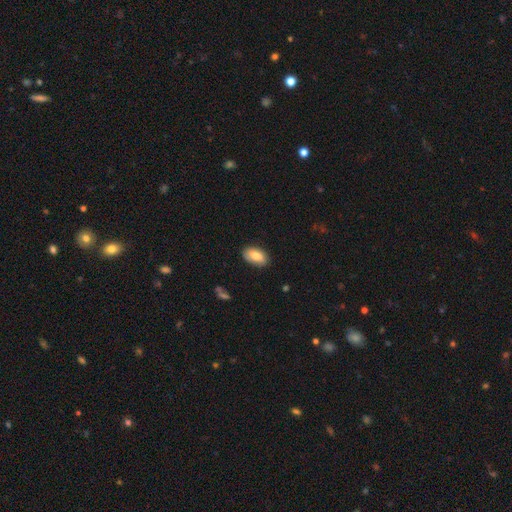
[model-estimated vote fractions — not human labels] Smooth or featured?
  - smooth: 81% *
  - featured or disk: 13%
  - star or artifact: 7%
How rounded?
  - in between: 94% *
  - round: 4%
  - cigar-shaped: 2%
Merging?
  - none: 84% *
  - minor disturbance: 12%
  - major disturbance: 2%
  - merger: 1%